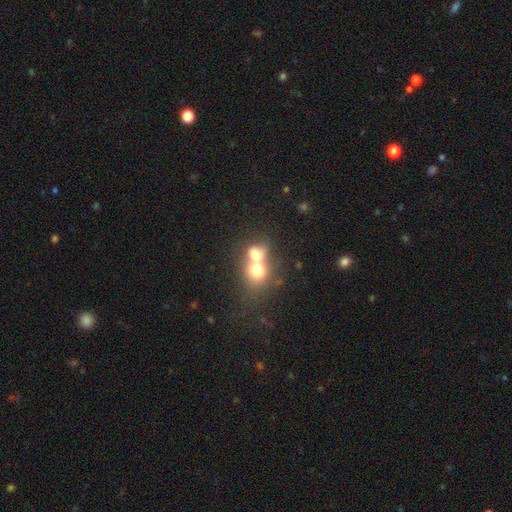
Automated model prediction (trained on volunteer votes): Smooth or featured?
  - smooth: 67% *
  - featured or disk: 22%
  - star or artifact: 11%
How rounded?
  - round: 58% *
  - in between: 40%
  - cigar-shaped: 1%
Merging?
  - merger: 74% *
  - none: 17%
  - minor disturbance: 5%
  - major disturbance: 4%